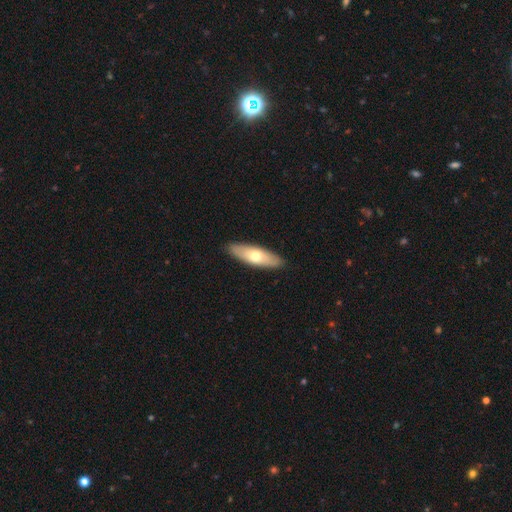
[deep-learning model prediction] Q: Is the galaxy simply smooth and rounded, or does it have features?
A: smooth — 59%.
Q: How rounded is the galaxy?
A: in between — 53%.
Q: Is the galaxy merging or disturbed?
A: none — 89%.